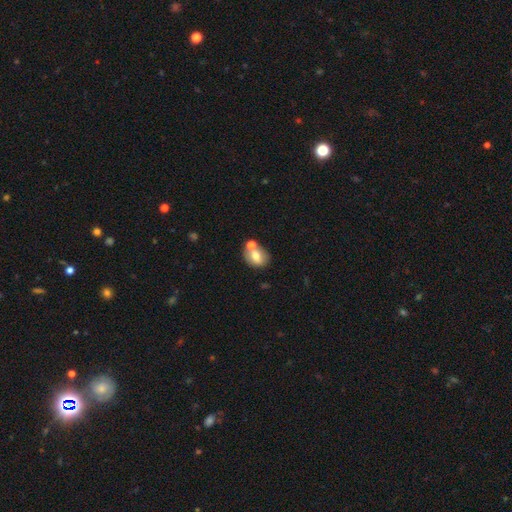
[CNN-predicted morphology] Smooth or featured?
  - smooth: 71% *
  - featured or disk: 20%
  - star or artifact: 9%
How rounded?
  - in between: 54% *
  - round: 45%
  - cigar-shaped: 1%
Merging?
  - none: 56% *
  - merger: 27%
  - minor disturbance: 13%
  - major disturbance: 4%